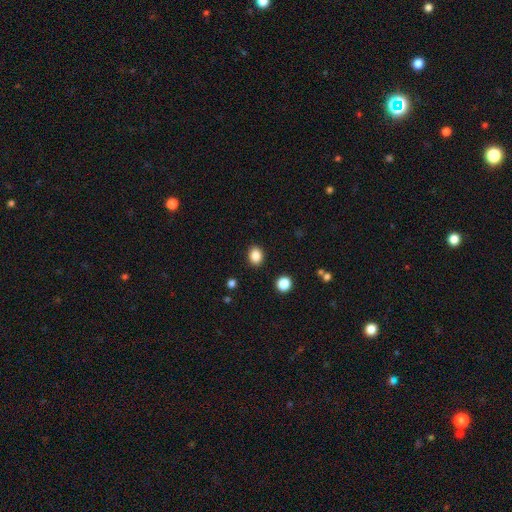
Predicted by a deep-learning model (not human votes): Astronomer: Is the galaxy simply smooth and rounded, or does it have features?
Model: smooth — 86%.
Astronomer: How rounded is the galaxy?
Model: in between — 50% (runner-up: round, 49%).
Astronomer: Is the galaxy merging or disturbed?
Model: none — 89%.